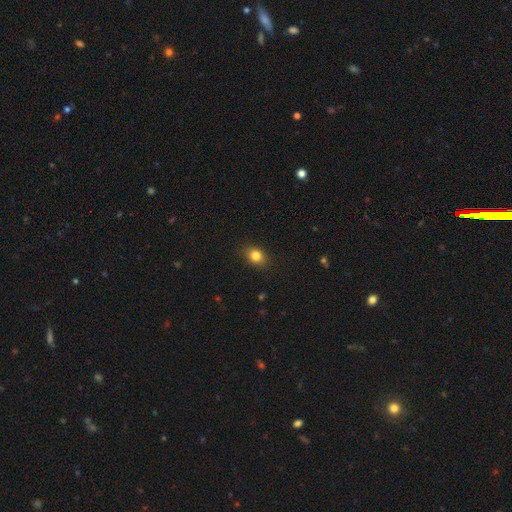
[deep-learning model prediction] Morphology: type=smooth (82%); roundness=in between (57%); merging=none (86%).